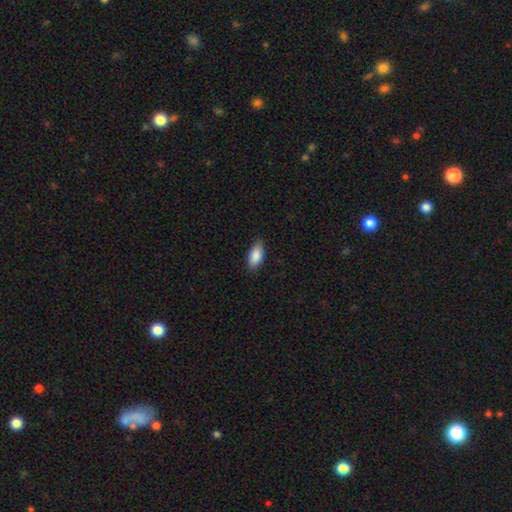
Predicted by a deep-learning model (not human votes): A smooth galaxy with no disk features (88%) that is in between round and cigar-shaped (90%).

Vote fractions:
- Smooth or featured? smooth: 88% / star or artifact: 6% / featured or disk: 6%
- How rounded? in between: 90% / cigar-shaped: 7% / round: 3%
- Merging? none: 80% / minor disturbance: 17% / major disturbance: 3% / merger: 1%